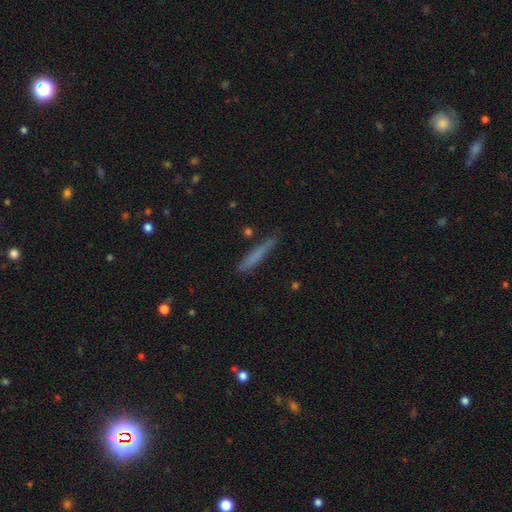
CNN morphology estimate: Q: Smooth or featured?
A: smooth (67%); runner-up: featured or disk (26%)
Q: How rounded?
A: cigar-shaped (95%); runner-up: in between (4%)
Q: Merging?
A: none (82%); runner-up: minor disturbance (13%)